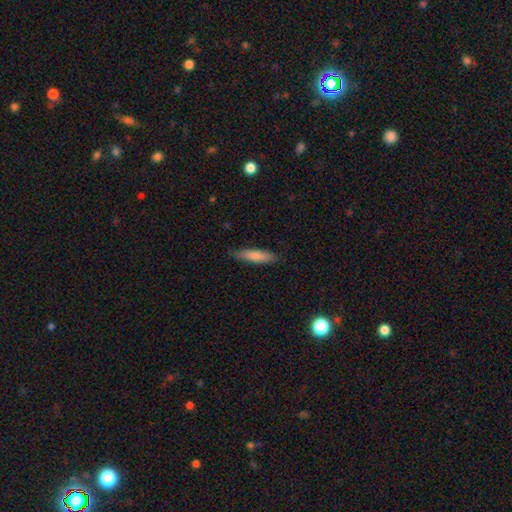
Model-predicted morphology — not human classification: smooth-or-featured: smooth: 82% | featured or disk: 13% | star or artifact: 5%
  how-rounded: cigar-shaped: 77% | in between: 22% | round: 1%
  merging: none: 84% | minor disturbance: 13% | major disturbance: 2% | merger: 1%